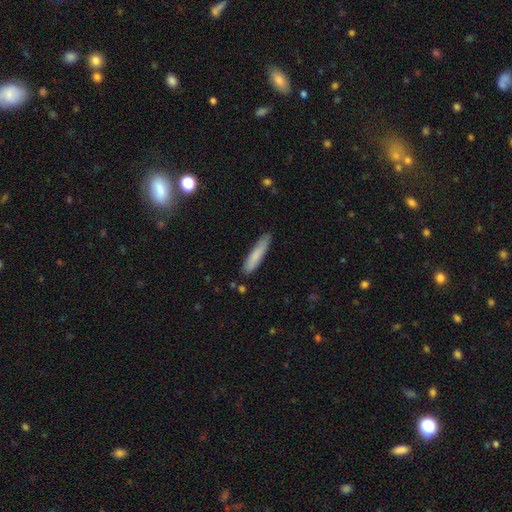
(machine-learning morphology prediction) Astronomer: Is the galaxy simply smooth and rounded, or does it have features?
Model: smooth — 78%.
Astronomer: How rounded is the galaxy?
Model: cigar-shaped — 86%.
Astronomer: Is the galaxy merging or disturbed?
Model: none — 82%.